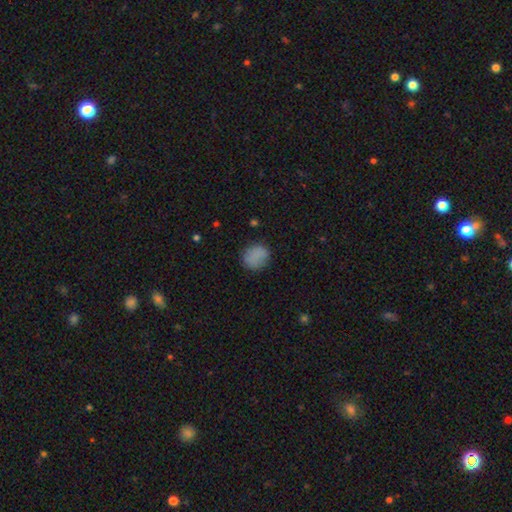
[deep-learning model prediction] This is clearly a smooth galaxy (84%). How rounded: likely round (75%). Merging: likely none (76%).